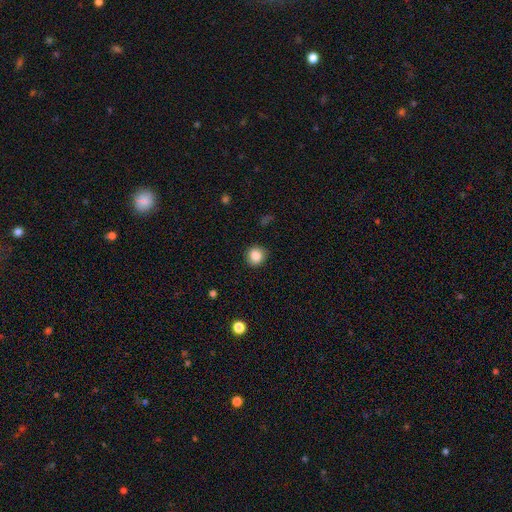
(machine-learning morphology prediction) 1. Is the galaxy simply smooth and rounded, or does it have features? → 87% smooth, 9% star or artifact, 4% featured or disk.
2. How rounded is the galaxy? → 86% round, 13% in between, 1% cigar-shaped.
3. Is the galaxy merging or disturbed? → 85% none, 11% minor disturbance, 3% major disturbance, 1% merger.